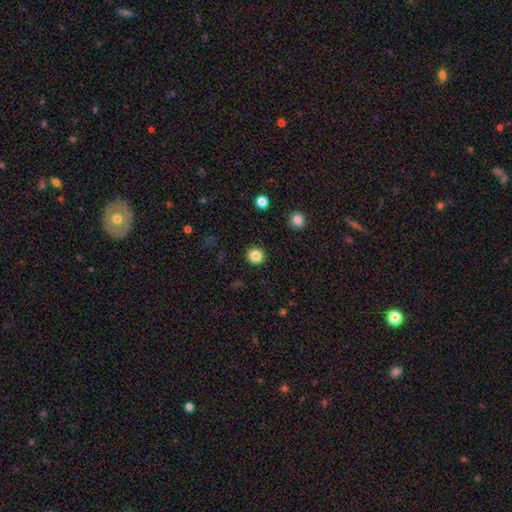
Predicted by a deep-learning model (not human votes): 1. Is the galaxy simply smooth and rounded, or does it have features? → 84% smooth, 11% star or artifact, 5% featured or disk.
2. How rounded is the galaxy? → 95% round, 4% in between, 1% cigar-shaped.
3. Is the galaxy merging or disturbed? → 93% none, 4% minor disturbance, 2% major disturbance, 1% merger.